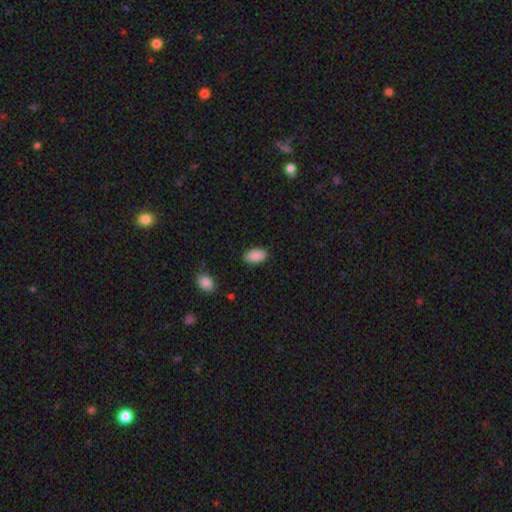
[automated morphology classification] A smooth galaxy with no disk features (89%) that is in between round and cigar-shaped (94%).

Vote fractions:
- Smooth or featured? smooth: 89% / star or artifact: 7% / featured or disk: 4%
- How rounded? in between: 94% / round: 4% / cigar-shaped: 2%
- Merging? none: 85% / minor disturbance: 11% / major disturbance: 2% / merger: 1%